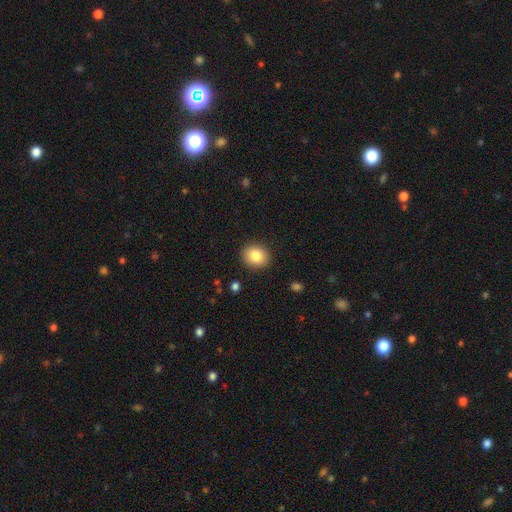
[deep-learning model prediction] Morphology: type=smooth (85%); roundness=round (67%); merging=none (90%).